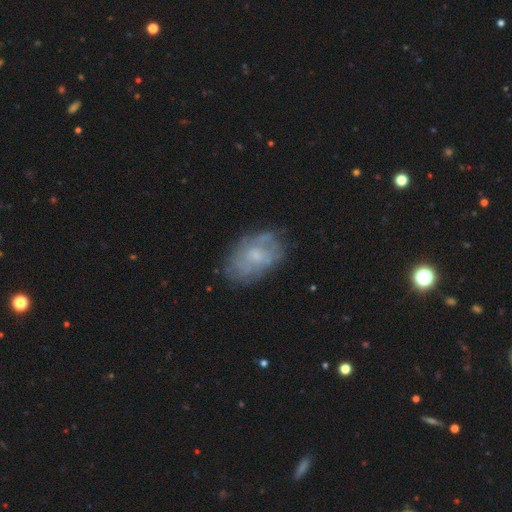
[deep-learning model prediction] The model was most divided on "spiral arms": no: 51%, yes: 49%. Remaining: edge-on disk — no (96%); bar — no (77%); merging — none (69%); smooth or featured — featured or disk (54%); bulge size — small (49%).